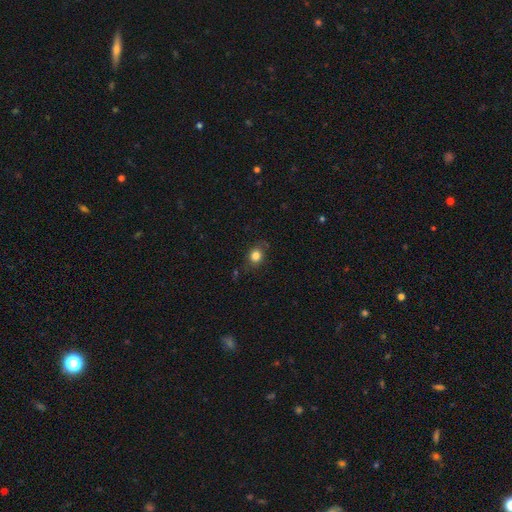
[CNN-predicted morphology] Smooth or featured?
  - smooth: 82% *
  - star or artifact: 11%
  - featured or disk: 7%
How rounded?
  - round: 61% *
  - in between: 38%
  - cigar-shaped: 1%
Merging?
  - none: 77% *
  - minor disturbance: 17%
  - major disturbance: 4%
  - merger: 2%